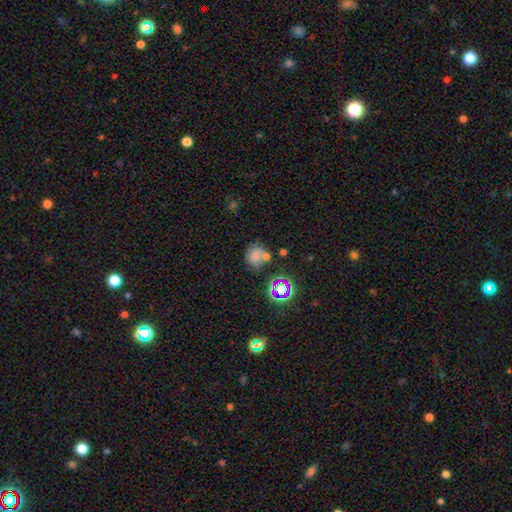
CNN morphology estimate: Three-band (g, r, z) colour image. It shows a smooth galaxy with no disk features (62%) that is round (69%). Merging: none (43%).